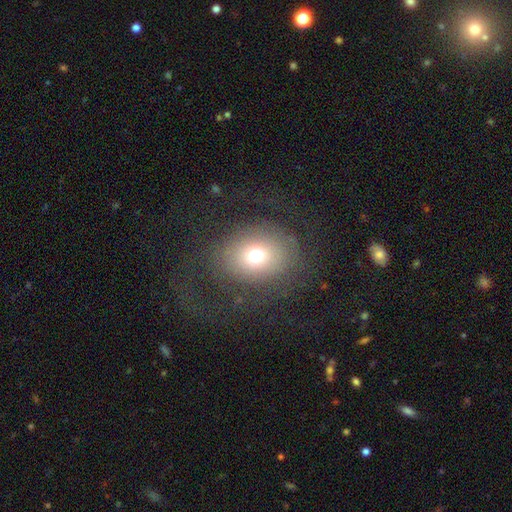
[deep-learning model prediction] This appears to be a smooth galaxy with no disk features (67%) that is round (59%). Merging: none (69%).